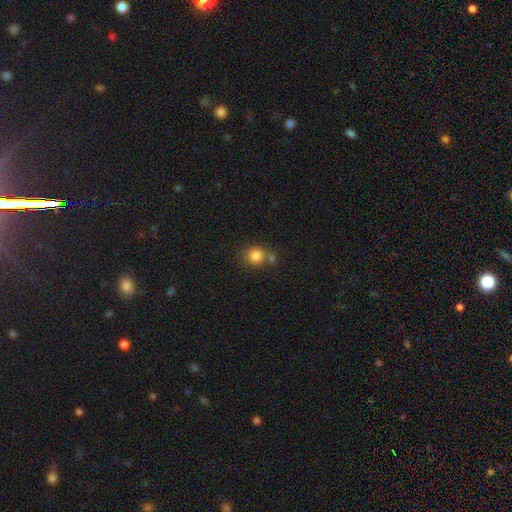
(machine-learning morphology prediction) Smooth or featured? smooth (83%)
How rounded? round (83%)
Merging? none (59%)